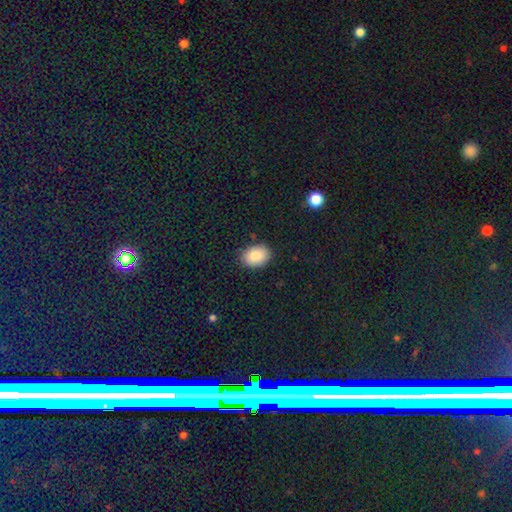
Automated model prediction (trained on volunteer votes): Smooth or featured? Predicted: smooth (p=0.89). How rounded? Predicted: in between (p=0.77). Merging? Predicted: none (p=0.86).